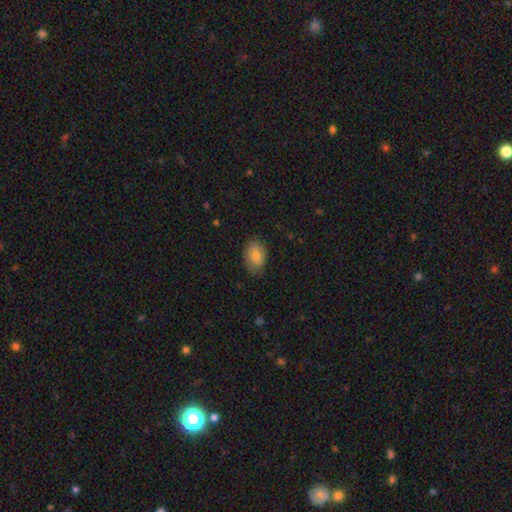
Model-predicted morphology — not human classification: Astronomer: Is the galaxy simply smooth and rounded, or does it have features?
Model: smooth — 76%.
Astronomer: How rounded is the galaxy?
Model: in between — 83%.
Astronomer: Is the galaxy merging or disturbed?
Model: none — 81%.